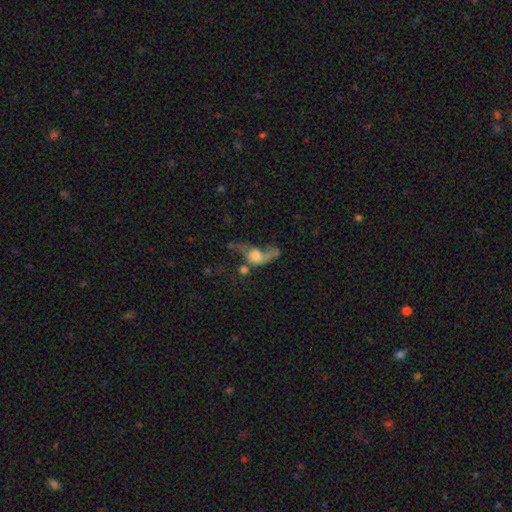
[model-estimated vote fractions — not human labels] Smooth or featured? Predicted: smooth (p=0.46). Merging? Predicted: major disturbance (p=0.44).